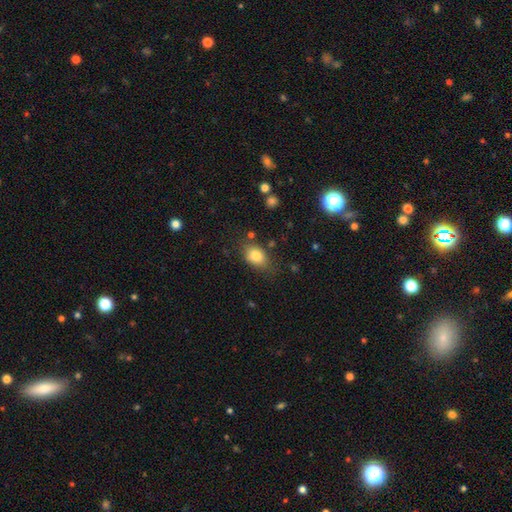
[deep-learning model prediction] The model was most divided on "merging": none: 72%, minor disturbance: 19%, major disturbance: 5%, merger: 3%. More confident: smooth or featured — smooth (82%); how rounded — in between (79%).